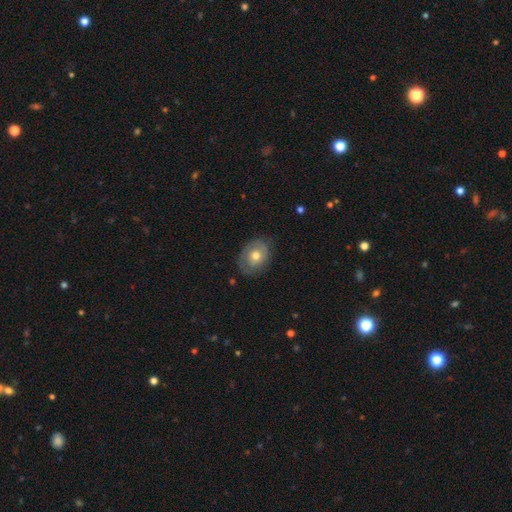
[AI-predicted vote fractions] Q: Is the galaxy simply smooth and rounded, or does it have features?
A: smooth — 59%.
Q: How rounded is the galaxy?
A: in between — 60%.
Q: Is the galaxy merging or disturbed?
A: none — 71%.